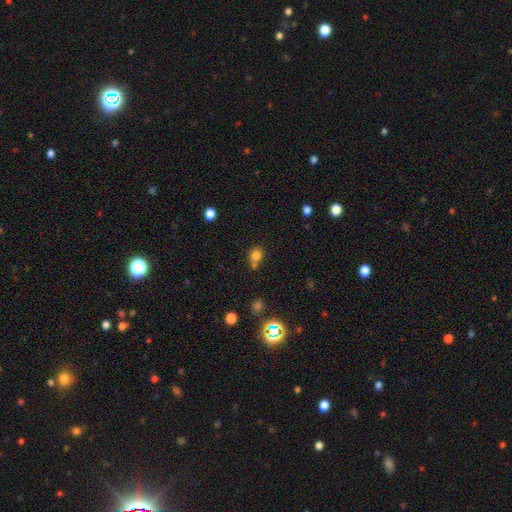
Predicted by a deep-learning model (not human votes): Smooth or featured?
  - smooth: 77% *
  - star or artifact: 16%
  - featured or disk: 8%
How rounded?
  - round: 64% *
  - in between: 34%
  - cigar-shaped: 1%
Merging?
  - none: 51% *
  - merger: 29%
  - minor disturbance: 15%
  - major disturbance: 5%